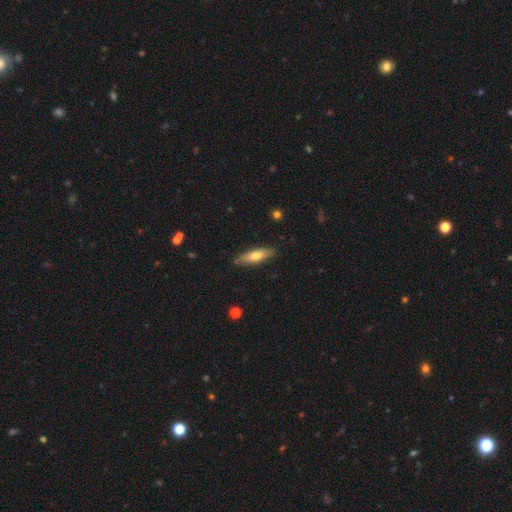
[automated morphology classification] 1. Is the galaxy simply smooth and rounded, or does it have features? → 64% smooth, 30% featured or disk, 6% star or artifact.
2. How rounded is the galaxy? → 63% cigar-shaped, 35% in between, 2% round.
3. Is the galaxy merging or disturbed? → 85% none, 11% minor disturbance, 2% major disturbance, 2% merger.